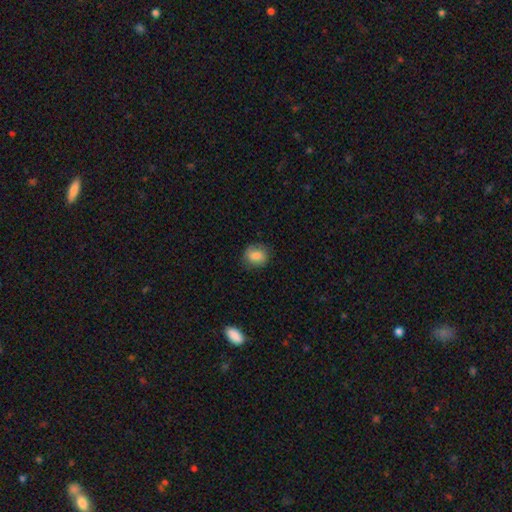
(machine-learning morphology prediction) A smooth galaxy with no disk features (80%) that is round (65%). Merging: none (77%).